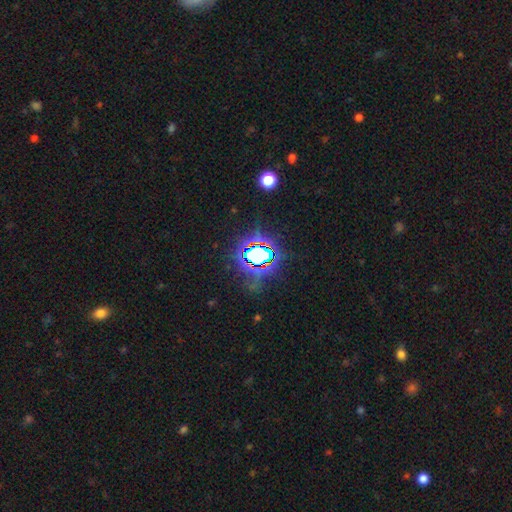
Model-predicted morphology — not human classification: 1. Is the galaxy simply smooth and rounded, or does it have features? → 73% star or artifact, 16% smooth, 11% featured or disk.